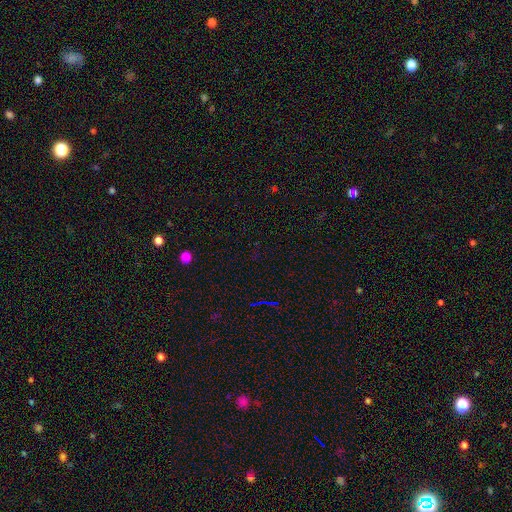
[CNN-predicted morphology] smooth-or-featured: star or artifact: 73% | smooth: 18% | featured or disk: 9%